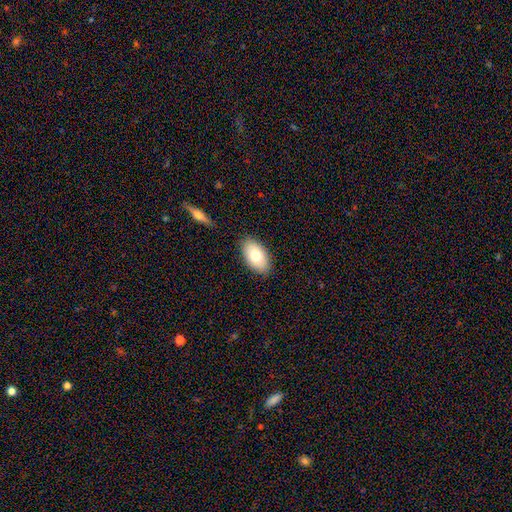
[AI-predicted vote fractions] This appears to be a smooth galaxy with no disk features (78%) that is in between round and cigar-shaped (94%). Merging: none (86%).